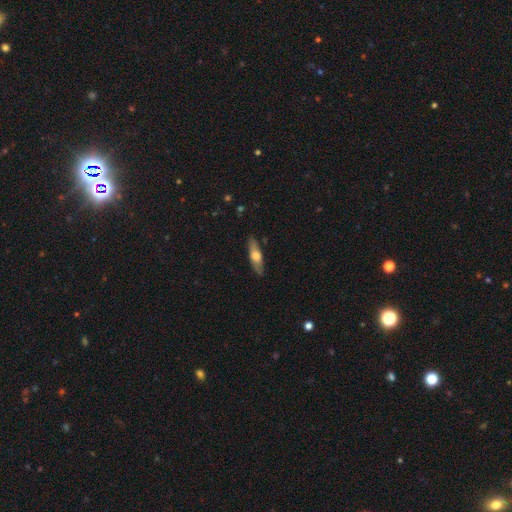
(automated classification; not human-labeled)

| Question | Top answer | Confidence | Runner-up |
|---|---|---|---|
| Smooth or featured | smooth | 50% | featured or disk (45%) |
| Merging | none | 86% | minor disturbance (11%) |